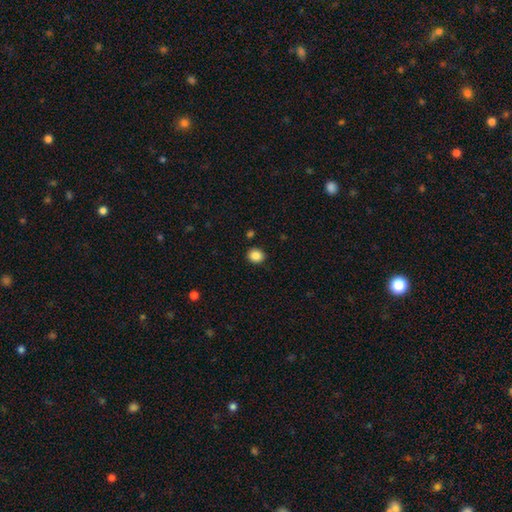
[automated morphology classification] Overall: smooth (86%). How rounded: round (78%). Merging: none (90%).